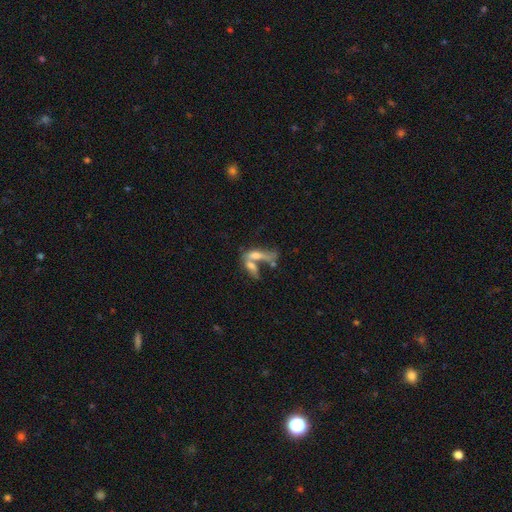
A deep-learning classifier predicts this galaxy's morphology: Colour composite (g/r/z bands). It shows a smooth galaxy with no disk features (54%) that is cigar-shaped (48%). Merging: merger (55%).